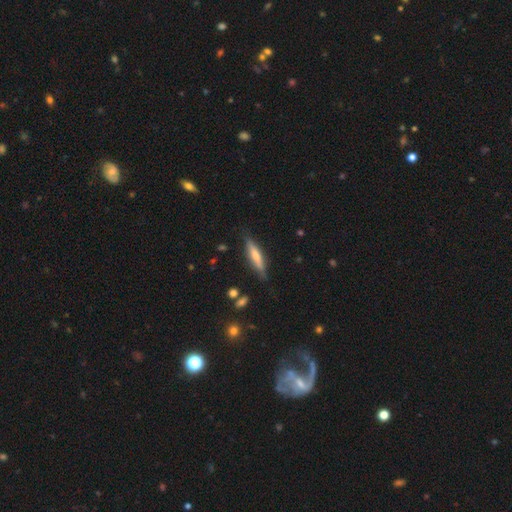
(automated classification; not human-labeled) smooth_or_featured: smooth (p=0.52) [alt: featured or disk p=0.42]
how_rounded: cigar-shaped (p=0.82) [alt: in between p=0.17]
merging: none (p=0.81) [alt: minor disturbance p=0.14]